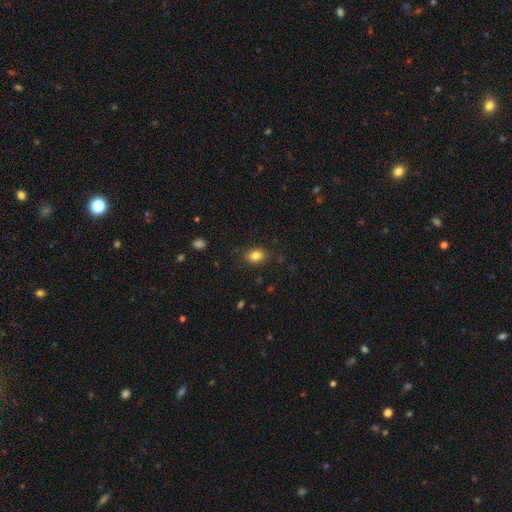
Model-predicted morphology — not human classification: The model was most divided on "how rounded": in between: 70%, round: 28%, cigar-shaped: 1%. More confident: merging — none (86%); smooth or featured — smooth (83%).